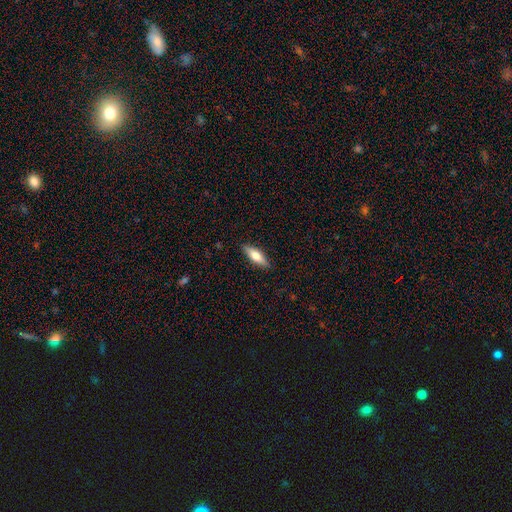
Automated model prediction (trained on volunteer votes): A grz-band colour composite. It shows a smooth galaxy with no disk features (64%) that is in between round and cigar-shaped (49%). Merging: none (88%).